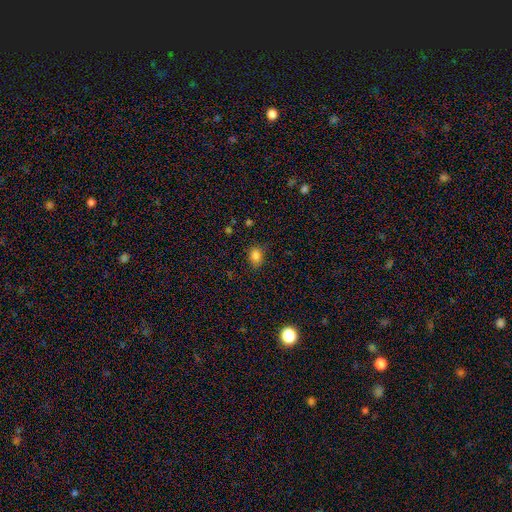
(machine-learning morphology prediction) smooth 83%, star or artifact 13%, featured or disk 4%. Down the decision tree: how rounded — in between (59%); merging — none (80%).